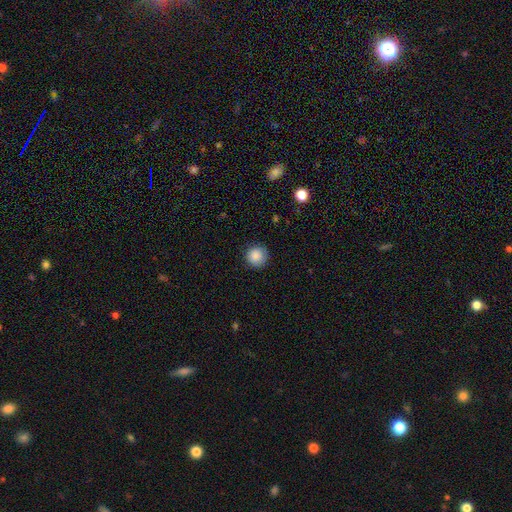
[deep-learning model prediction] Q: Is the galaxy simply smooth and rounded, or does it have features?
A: smooth — 87%.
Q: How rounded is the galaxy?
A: round — 95%.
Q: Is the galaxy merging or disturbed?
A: none — 87%.